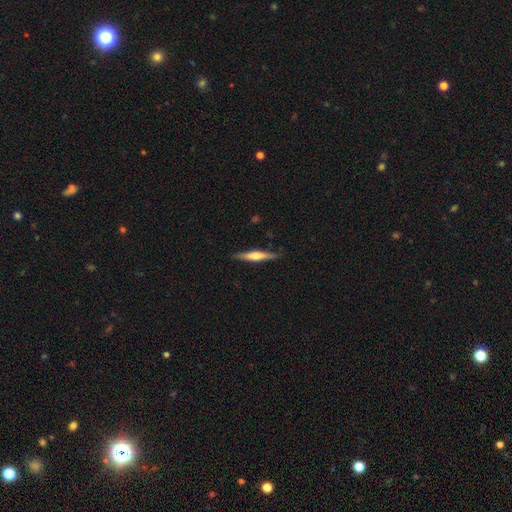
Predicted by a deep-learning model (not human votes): Smooth or featured: featured or disk — 56% (smooth — 39%)
Edge-on disk: yes — 97% (no — 3%)
Edge-on bulge: rounded — 75% (boxy — 13%)
Merging: none — 87% (minor disturbance — 10%)